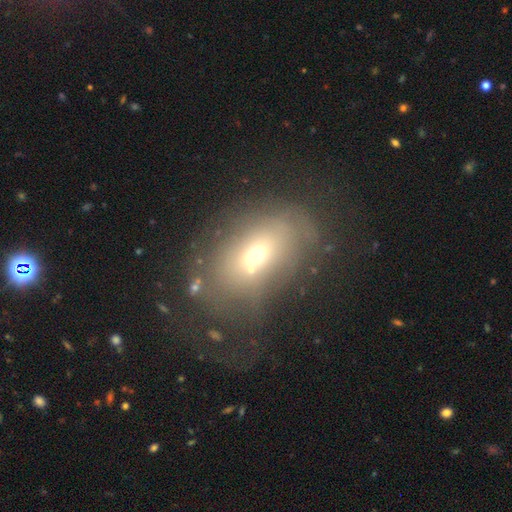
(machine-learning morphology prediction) A smooth galaxy with no disk features (52%) that is in between round and cigar-shaped (75%).

Vote fractions:
- Smooth or featured? smooth: 52% / featured or disk: 33% / star or artifact: 15%
- How rounded? in between: 75% / round: 23% / cigar-shaped: 2%
- Merging? none: 40% / major disturbance: 28% / minor disturbance: 22% / merger: 10%